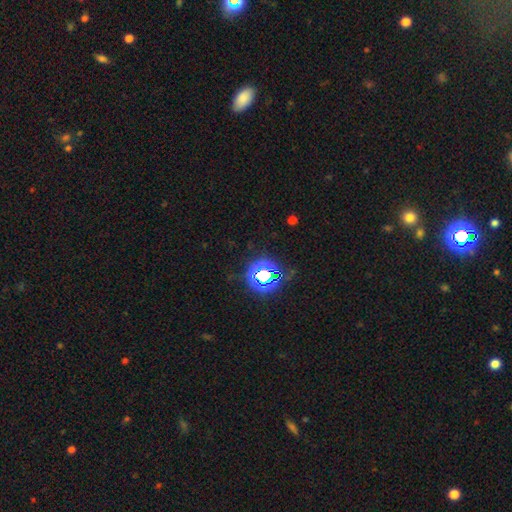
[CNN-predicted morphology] This is likely a star or artifact rather than a galaxy (73%).